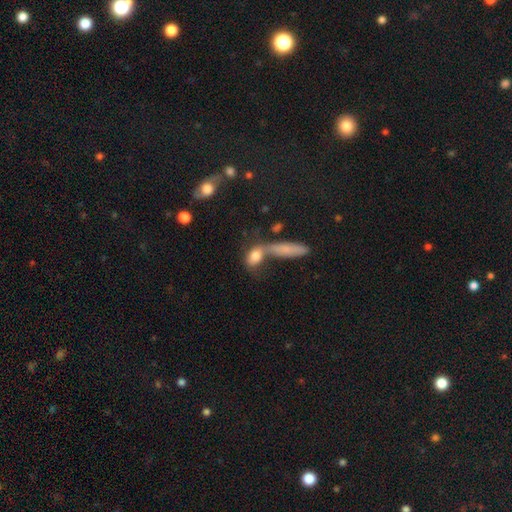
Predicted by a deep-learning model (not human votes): Morphology: type=smooth (74%); roundness=in between (69%); merging=merger (48%).